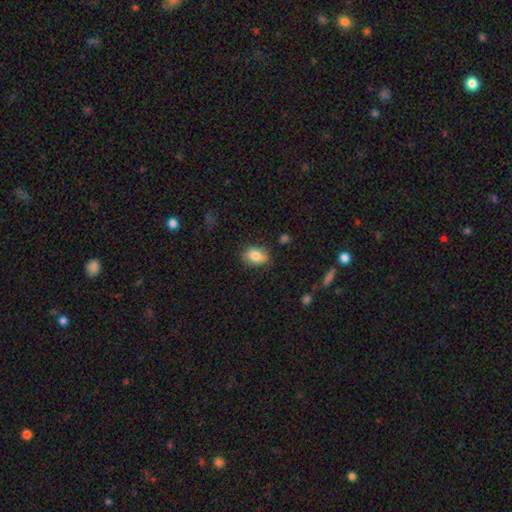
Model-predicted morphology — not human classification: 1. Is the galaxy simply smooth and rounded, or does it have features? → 81% smooth, 11% featured or disk, 9% star or artifact.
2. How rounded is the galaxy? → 72% in between, 26% round, 2% cigar-shaped.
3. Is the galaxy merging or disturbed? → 76% none, 19% minor disturbance, 4% major disturbance, 2% merger.